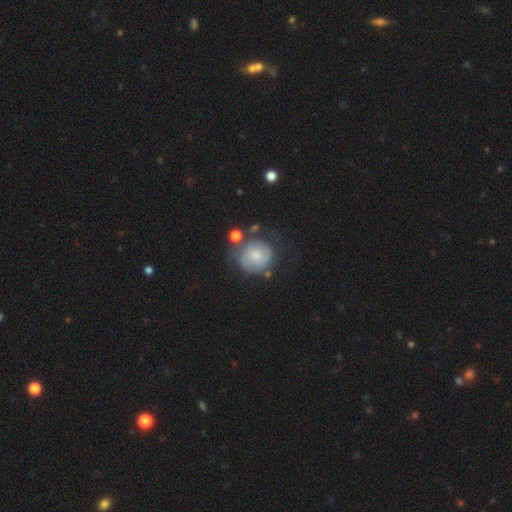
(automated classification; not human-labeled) smooth_or_featured: smooth (p=0.58) [alt: featured or disk p=0.34]
how_rounded: round (p=0.85) [alt: in between p=0.14]
merging: none (p=0.48) [alt: minor disturbance p=0.25]